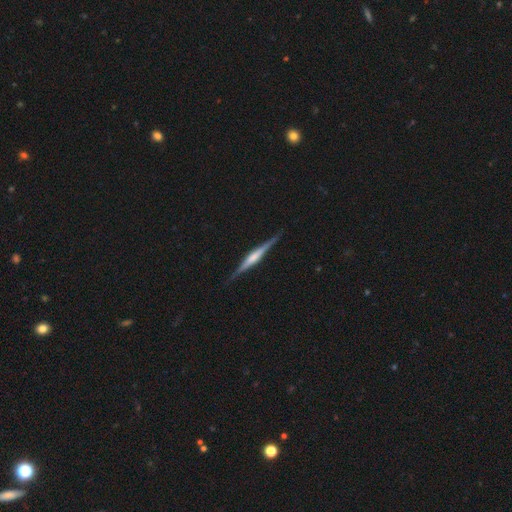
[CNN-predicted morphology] Overall: featured or disk (80%). Edge-on disk: yes (98%). Edge-on bulge: rounded (54%; boxy 32%). Merging: none (90%).